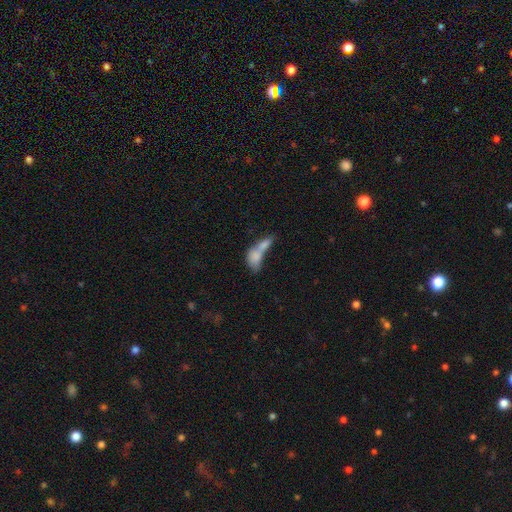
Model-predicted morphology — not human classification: Overall: smooth (74%). How rounded: in between (77%). Merging: merger (72%).